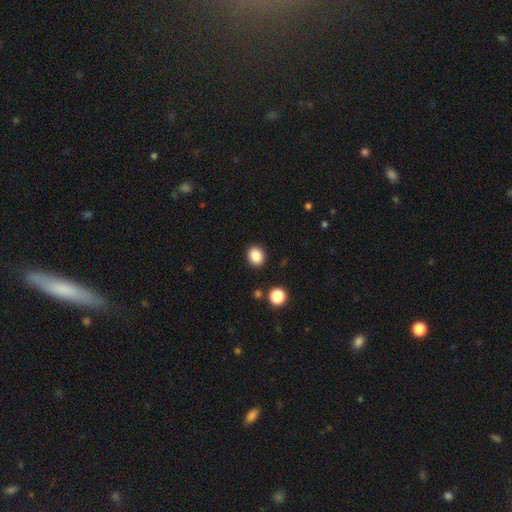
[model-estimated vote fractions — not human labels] Smooth or featured? Predicted: smooth (p=0.86). How rounded? Predicted: round (p=0.65). Merging? Predicted: none (p=0.90).